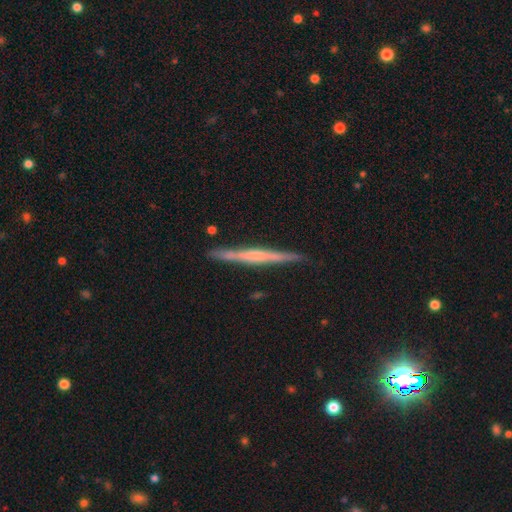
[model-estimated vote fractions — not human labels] The model was most divided on "edge-on bulge": none: 56%, rounded: 28%, boxy: 16%. More confident: edge-on disk — yes (98%); merging — none (89%); smooth or featured — featured or disk (66%).